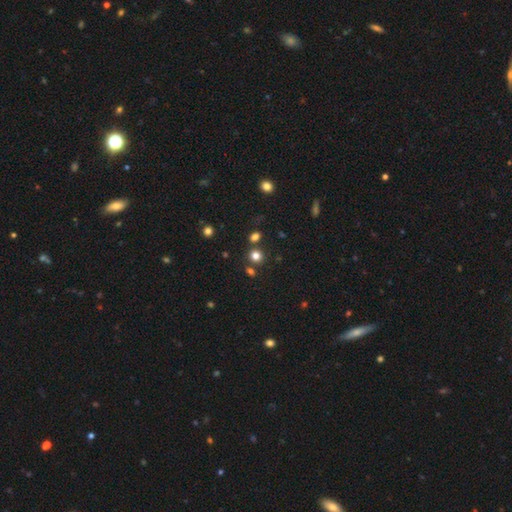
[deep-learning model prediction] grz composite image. It shows a smooth galaxy with no disk features (77%) that is round (84%). Merging: none (77%).